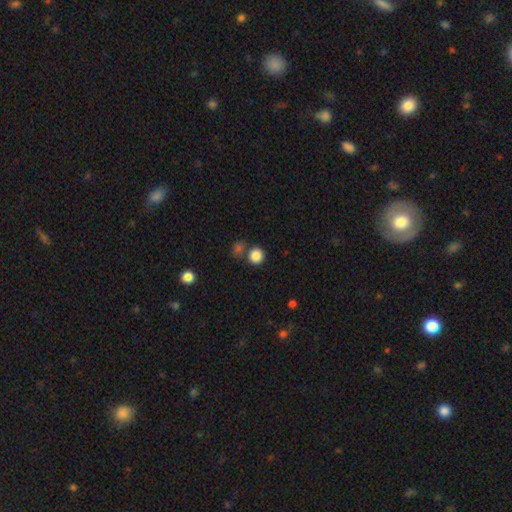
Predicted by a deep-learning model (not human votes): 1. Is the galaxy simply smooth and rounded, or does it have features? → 86% smooth, 10% star or artifact, 4% featured or disk.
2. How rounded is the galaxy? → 91% round, 8% in between, 1% cigar-shaped.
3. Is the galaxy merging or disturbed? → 72% none, 15% merger, 9% minor disturbance, 3% major disturbance.